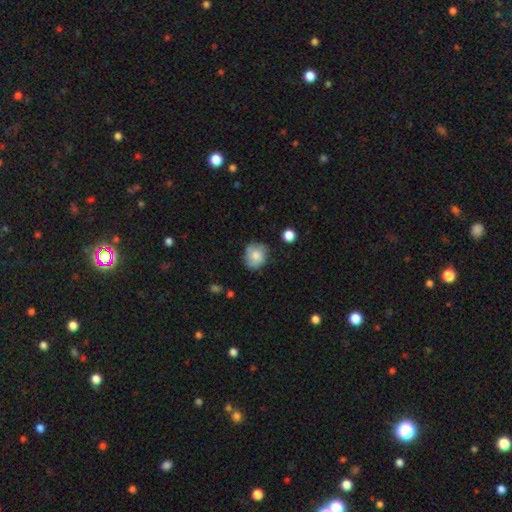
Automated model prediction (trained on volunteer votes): This appears to be a smooth galaxy with no disk features (66%) that is round (75%). Merging: none (68%).